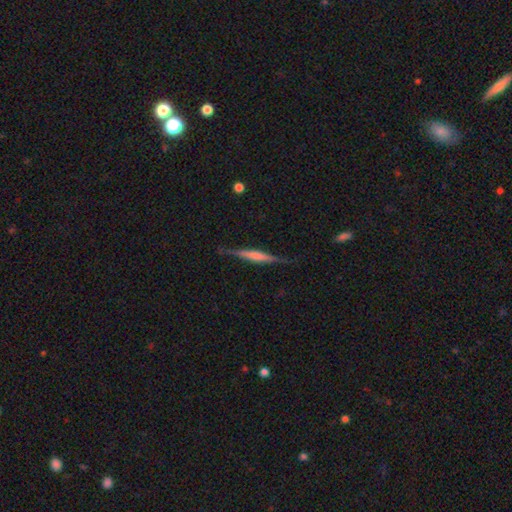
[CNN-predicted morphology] The model was most divided on "edge-on bulge" (2-way tie): boxy: 37%, rounded: 37%, none: 26%. More confident: edge-on disk — yes (97%); merging — none (84%); smooth or featured — featured or disk (65%).